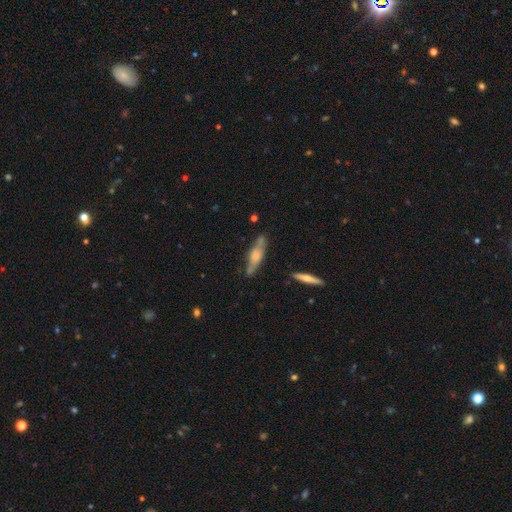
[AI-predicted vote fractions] featured or disk 51%, smooth 42%, star or artifact 6%. Down the decision tree: edge-on disk — yes (82%); merging — none (72%).